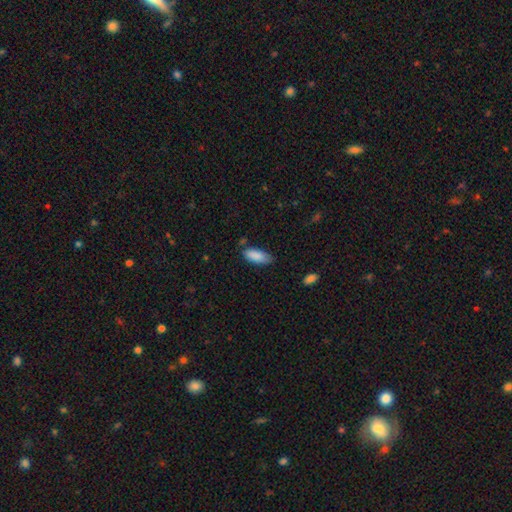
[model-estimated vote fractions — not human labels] Morphology: type=smooth (88%); roundness=in between (81%); merging=none (69%).